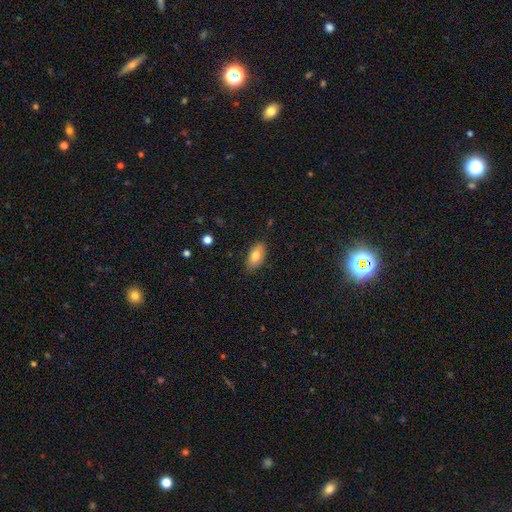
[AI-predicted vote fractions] Q: Smooth or featured?
A: smooth (79%); runner-up: featured or disk (14%)
Q: How rounded?
A: in between (89%); runner-up: cigar-shaped (8%)
Q: Merging?
A: none (84%); runner-up: minor disturbance (12%)